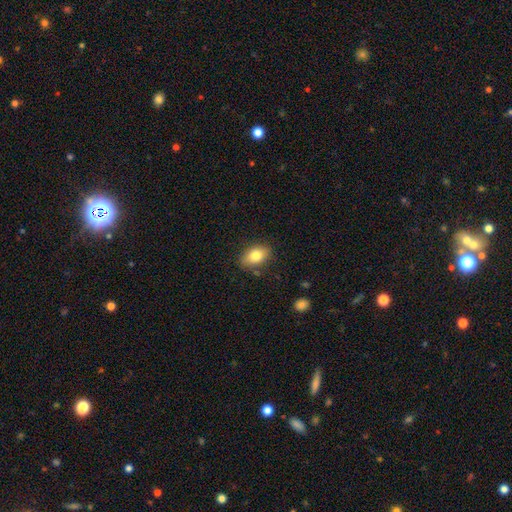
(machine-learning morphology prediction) smooth_or_featured: smooth (p=0.80) [alt: featured or disk p=0.12]
how_rounded: in between (p=0.87) [alt: round p=0.12]
merging: none (p=0.81) [alt: minor disturbance p=0.13]